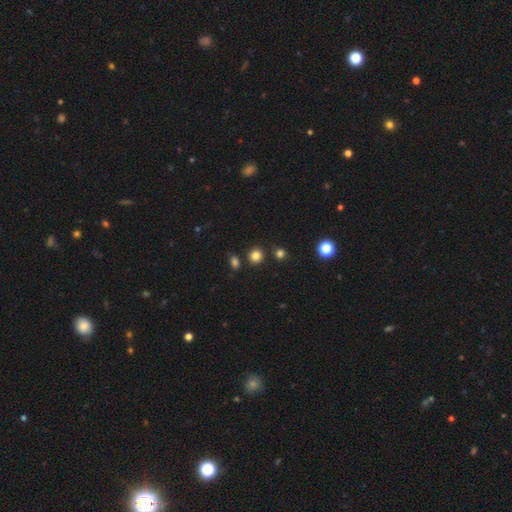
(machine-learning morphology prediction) This is clearly a smooth galaxy (82%). How rounded: clearly round (89%). Merging: clearly none (85%).